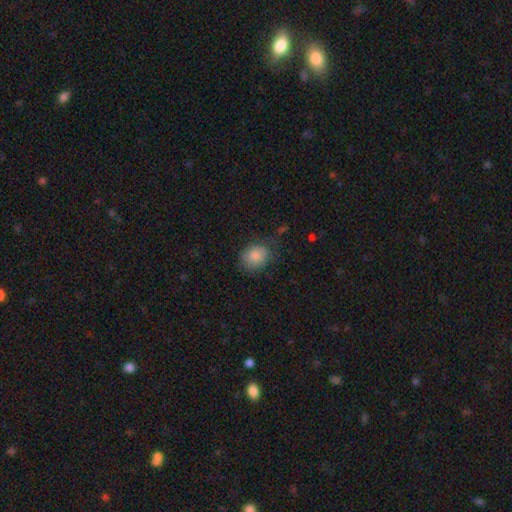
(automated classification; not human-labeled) The model was most divided on "how rounded": round: 57%, in between: 42%, cigar-shaped: 1%. More confident: smooth or featured — smooth (85%); merging — none (67%).